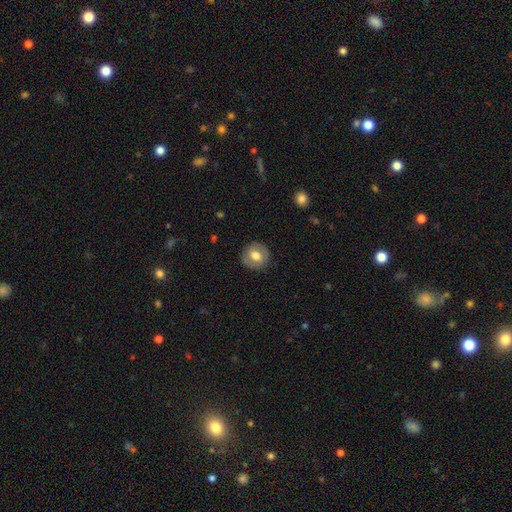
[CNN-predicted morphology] Smooth or featured?
  - smooth: 67% *
  - featured or disk: 25%
  - star or artifact: 8%
How rounded?
  - round: 87% *
  - in between: 12%
  - cigar-shaped: 1%
Merging?
  - none: 87% *
  - minor disturbance: 10%
  - major disturbance: 3%
  - merger: 1%